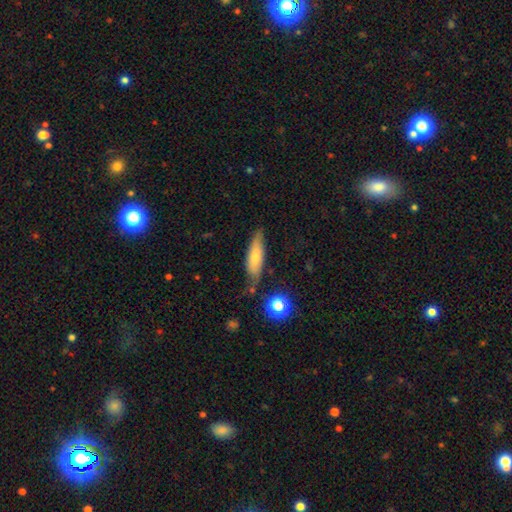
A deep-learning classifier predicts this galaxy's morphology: This is likely a smooth galaxy (65%). How rounded: possibly cigar-shaped (55%). Merging: likely none (67%).